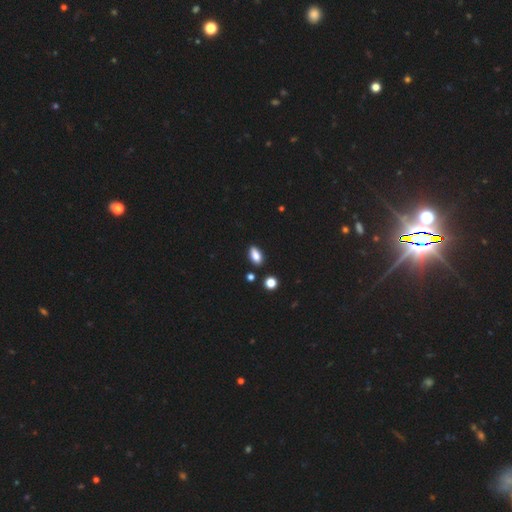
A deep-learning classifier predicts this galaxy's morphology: A smooth galaxy with no disk features (83%) that is in between round and cigar-shaped (87%).

Vote fractions:
- Smooth or featured? smooth: 83% / star or artifact: 9% / featured or disk: 8%
- How rounded? in between: 87% / cigar-shaped: 7% / round: 6%
- Merging? none: 80% / minor disturbance: 13% / merger: 4% / major disturbance: 3%